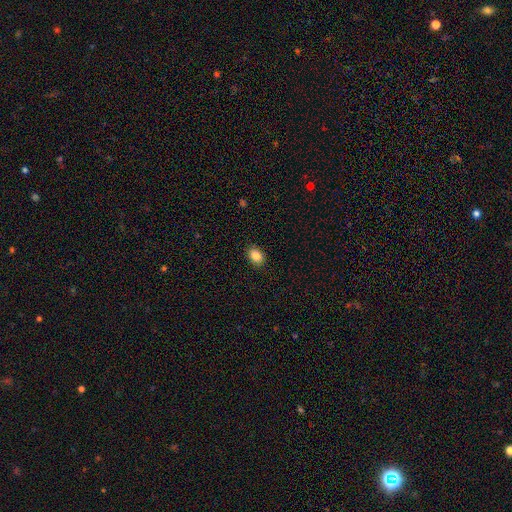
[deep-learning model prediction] Smooth or featured? Predicted: smooth (p=0.86). How rounded? Predicted: in between (p=0.71). Merging? Predicted: none (p=0.89).